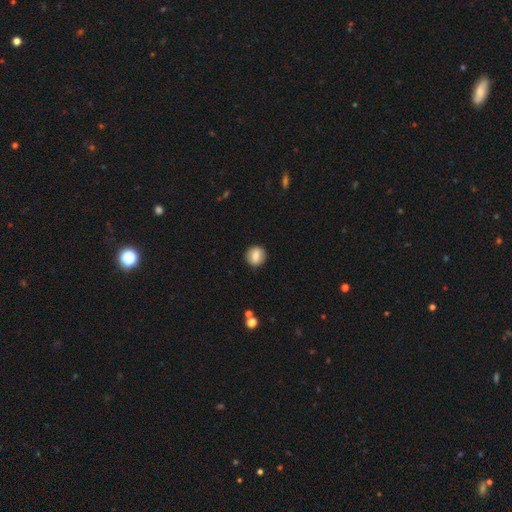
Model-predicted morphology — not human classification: Smooth or featured?
  - smooth: 79% *
  - featured or disk: 13%
  - star or artifact: 8%
How rounded?
  - round: 80% *
  - in between: 18%
  - cigar-shaped: 1%
Merging?
  - none: 89% *
  - minor disturbance: 7%
  - major disturbance: 2%
  - merger: 1%